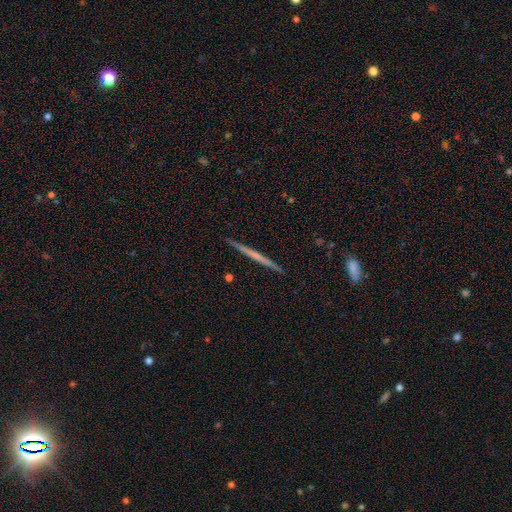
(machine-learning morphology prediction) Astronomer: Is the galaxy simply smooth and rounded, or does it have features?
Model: featured or disk — 57% (runner-up: smooth, 38%).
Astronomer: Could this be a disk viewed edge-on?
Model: yes — 98%.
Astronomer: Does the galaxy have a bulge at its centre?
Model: none — 87%.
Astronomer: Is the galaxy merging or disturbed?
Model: none — 92%.